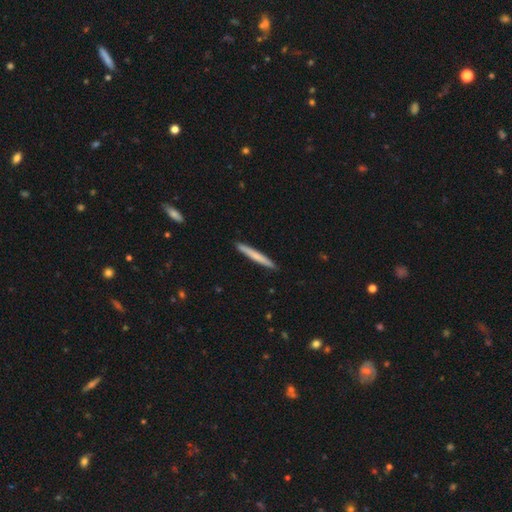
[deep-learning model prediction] A smooth galaxy with no disk features (66%) that is cigar-shaped (97%).

Vote fractions:
- Smooth or featured? smooth: 66% / featured or disk: 29% / star or artifact: 5%
- How rounded? cigar-shaped: 97% / in between: 2% / round: 1%
- Merging? none: 92% / minor disturbance: 6% / major disturbance: 1% / merger: 1%